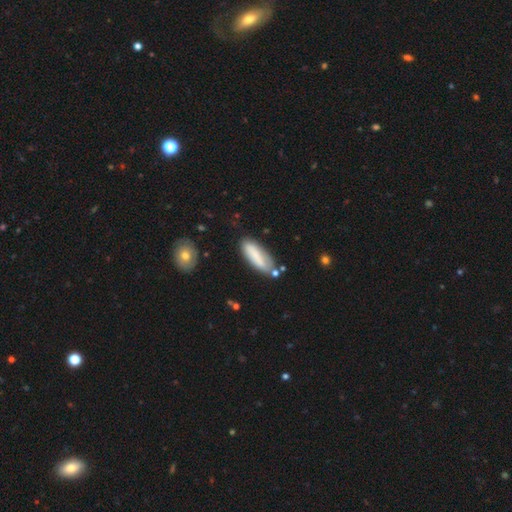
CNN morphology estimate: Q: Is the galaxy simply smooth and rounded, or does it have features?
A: smooth — 78%.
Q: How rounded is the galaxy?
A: in between — 55%.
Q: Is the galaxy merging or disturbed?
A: none — 69%.